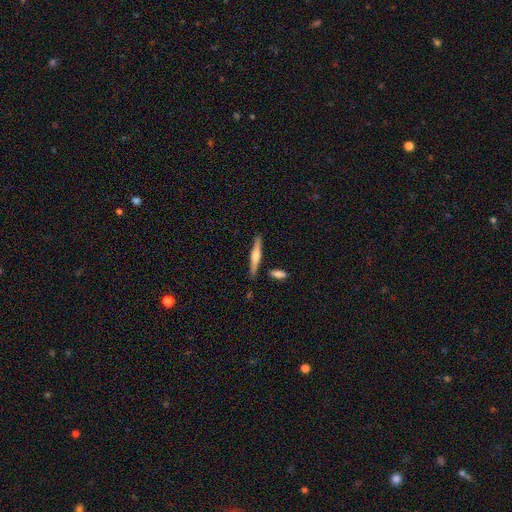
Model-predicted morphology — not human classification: Overall: featured or disk (55%; smooth 39%). Edge-on disk: yes (97%). Edge-on bulge: rounded (78%). Merging: none (83%).